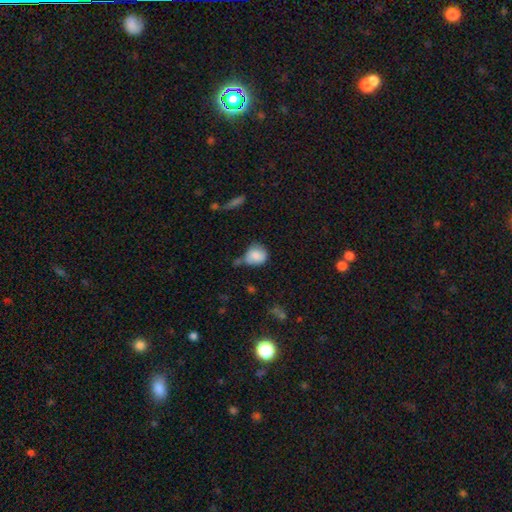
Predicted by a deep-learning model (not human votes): Morphology: type=smooth (82%); roundness=round (73%); merging=none (45%).